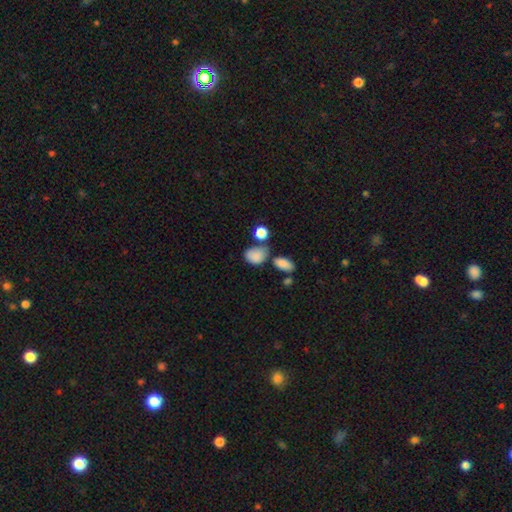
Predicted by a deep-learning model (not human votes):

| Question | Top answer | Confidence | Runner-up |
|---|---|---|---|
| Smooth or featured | smooth | 84% | star or artifact (9%) |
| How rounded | in between | 75% | round (23%) |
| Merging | none | 49% | minor disturbance (21%) |